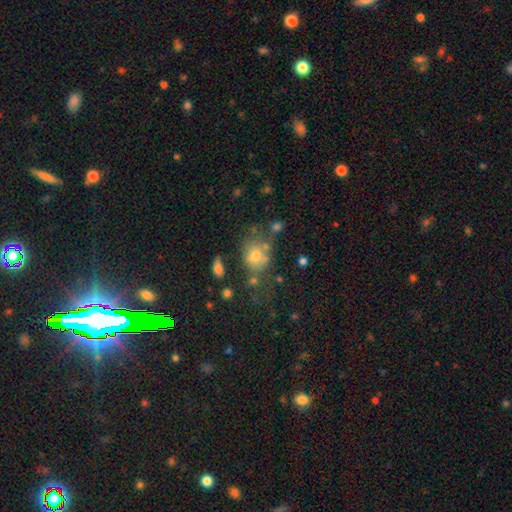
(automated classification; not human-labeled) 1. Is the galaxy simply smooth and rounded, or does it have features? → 67% smooth, 19% featured or disk, 15% star or artifact.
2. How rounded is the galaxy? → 57% round, 42% in between, 1% cigar-shaped.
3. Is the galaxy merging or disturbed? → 47% none, 21% minor disturbance, 19% merger, 14% major disturbance.